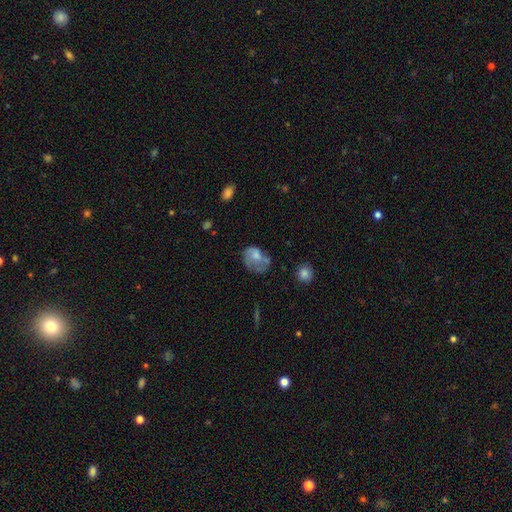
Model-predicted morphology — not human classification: Smooth or featured? smooth (58%)
How rounded? in between (58%)
Merging? none (32%)